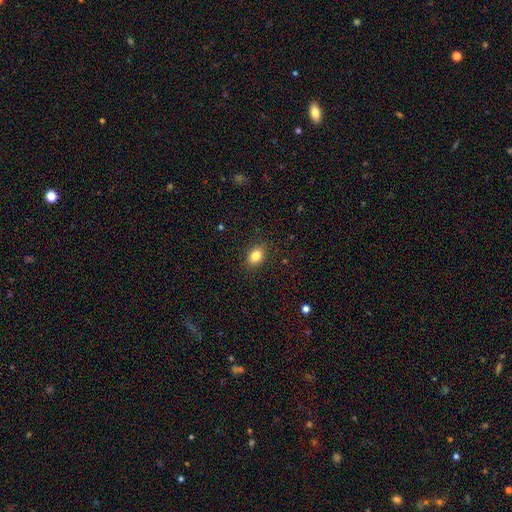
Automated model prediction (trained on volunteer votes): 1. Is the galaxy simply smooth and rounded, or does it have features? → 83% smooth, 9% star or artifact, 8% featured or disk.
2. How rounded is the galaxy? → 79% in between, 19% round, 2% cigar-shaped.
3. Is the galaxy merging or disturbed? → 87% none, 9% minor disturbance, 3% major disturbance, 1% merger.